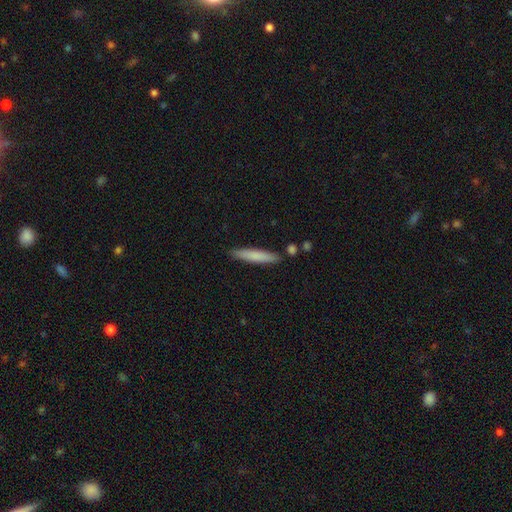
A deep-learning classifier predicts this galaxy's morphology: Smooth or featured?
  - smooth: 77% *
  - featured or disk: 18%
  - star or artifact: 6%
How rounded?
  - cigar-shaped: 92% *
  - in between: 7%
  - round: 1%
Merging?
  - none: 86% *
  - minor disturbance: 9%
  - merger: 3%
  - major disturbance: 2%